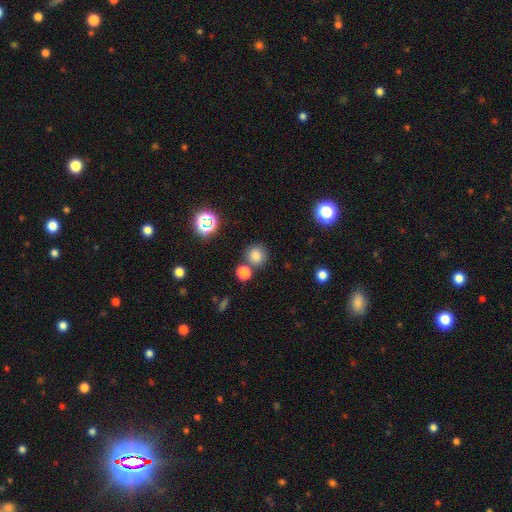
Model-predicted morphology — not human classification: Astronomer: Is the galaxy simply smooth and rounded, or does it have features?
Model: smooth — 77%.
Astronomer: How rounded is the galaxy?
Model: round — 91%.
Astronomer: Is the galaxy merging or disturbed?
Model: none — 75%.